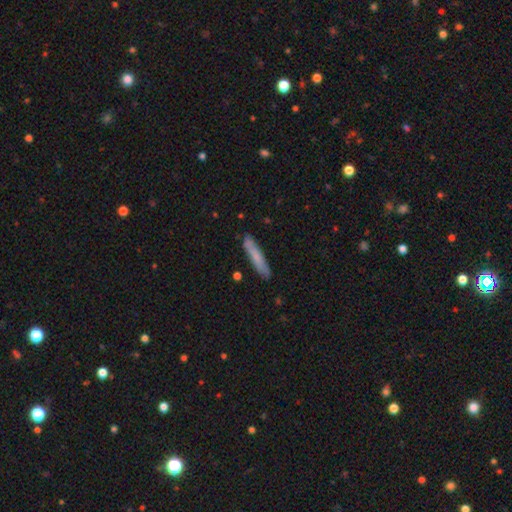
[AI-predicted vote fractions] The model was most divided on "smooth or featured": smooth: 71%, featured or disk: 23%, star or artifact: 6%. More confident: how rounded — cigar-shaped (92%); merging — none (86%).